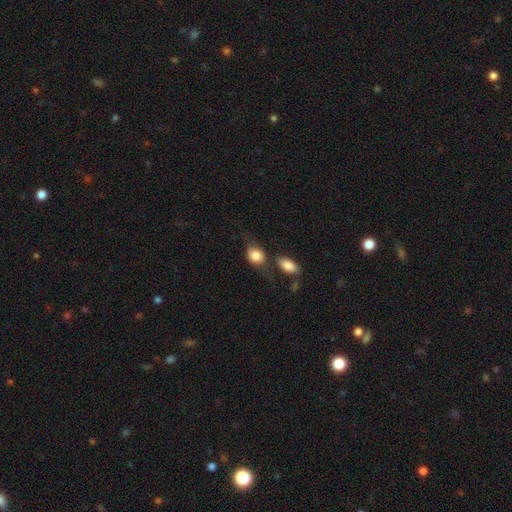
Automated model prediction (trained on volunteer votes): This is likely a smooth galaxy (78%). How rounded: likely in between (63%). Merging: marginally none (44%).